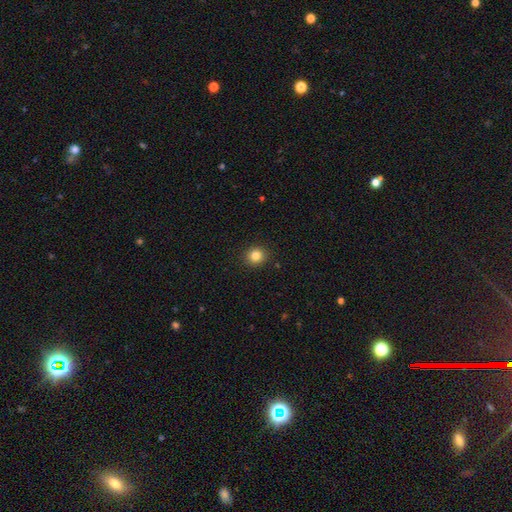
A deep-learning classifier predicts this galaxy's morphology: A smooth galaxy with no disk features (83%) that is round (86%).

Vote fractions:
- Smooth or featured? smooth: 83% / star or artifact: 11% / featured or disk: 5%
- How rounded? round: 86% / in between: 13% / cigar-shaped: 1%
- Merging? none: 92% / minor disturbance: 6% / major disturbance: 2% / merger: 1%